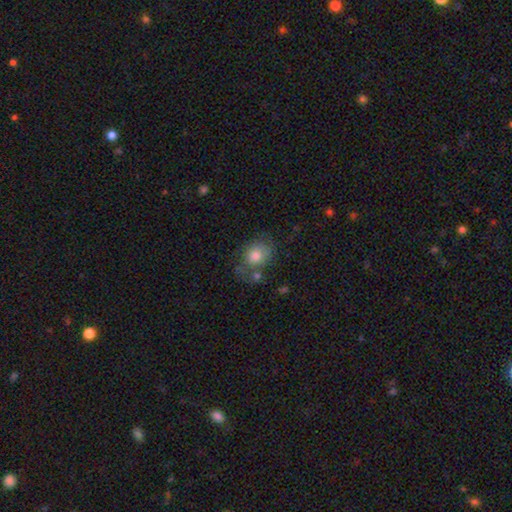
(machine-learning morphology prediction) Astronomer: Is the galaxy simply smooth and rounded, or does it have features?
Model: smooth — 75%.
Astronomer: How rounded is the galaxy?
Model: in between — 51% (runner-up: round, 48%).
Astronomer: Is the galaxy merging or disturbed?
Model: none — 45% (runner-up: minor disturbance, 25%).